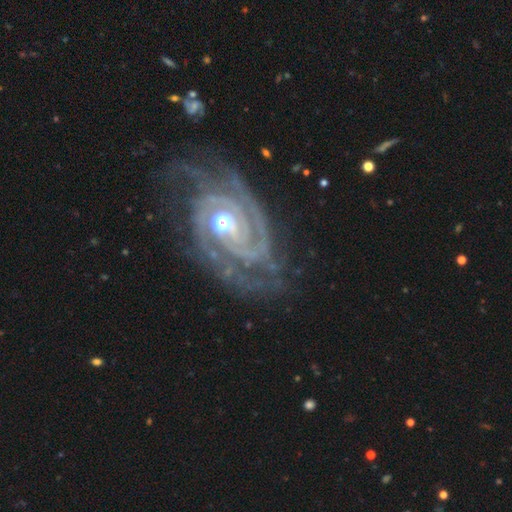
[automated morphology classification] Q: Smooth or featured?
A: featured or disk (92%); runner-up: star or artifact (5%)
Q: Edge-on disk?
A: no (97%); runner-up: yes (3%)
Q: Bar?
A: no (56%); runner-up: weak (28%)
Q: Spiral arms?
A: yes (98%); runner-up: no (2%)
Q: Spiral winding?
A: tight (69%); runner-up: medium (27%)
Q: Spiral arm count?
A: 2 (34%); runner-up: 3 (30%)
Q: Bulge size?
A: moderate (72%); runner-up: small (16%)
Q: Merging?
A: none (71%); runner-up: minor disturbance (19%)